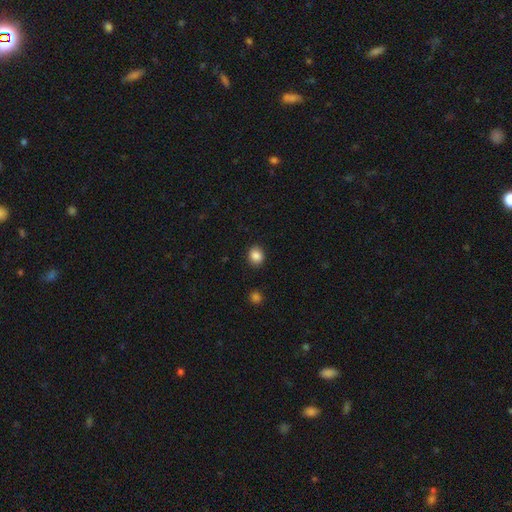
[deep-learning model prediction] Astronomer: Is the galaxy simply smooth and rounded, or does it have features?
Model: smooth — 86%.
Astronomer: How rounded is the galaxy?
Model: round — 69%.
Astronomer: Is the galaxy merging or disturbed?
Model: none — 90%.